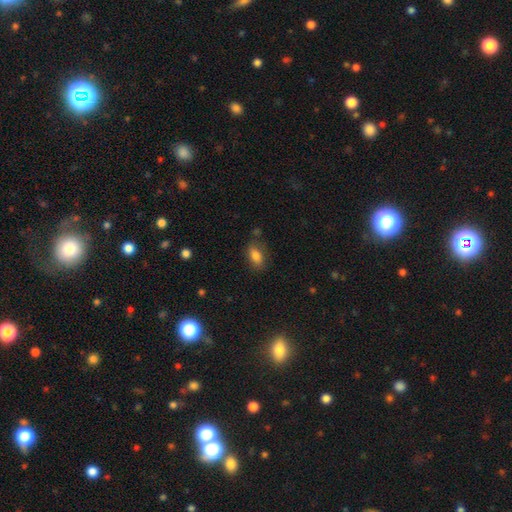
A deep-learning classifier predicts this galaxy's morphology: Smooth or featured? Predicted: smooth (p=0.82). How rounded? Predicted: in between (p=0.86). Merging? Predicted: none (p=0.76).